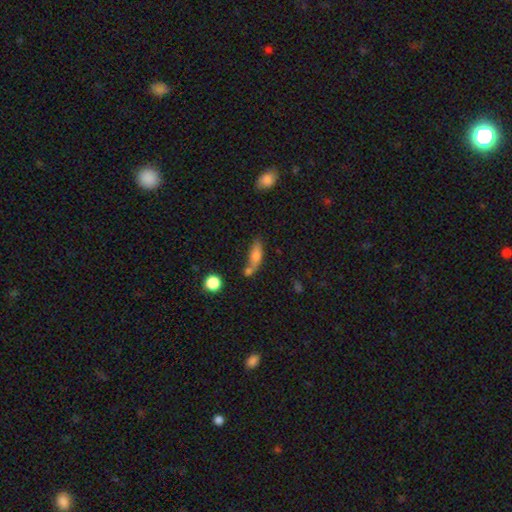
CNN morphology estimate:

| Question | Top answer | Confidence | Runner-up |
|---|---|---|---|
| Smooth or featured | smooth | 74% | featured or disk (17%) |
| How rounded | in between | 59% | cigar-shaped (37%) |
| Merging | none | 43% | merger (31%) |